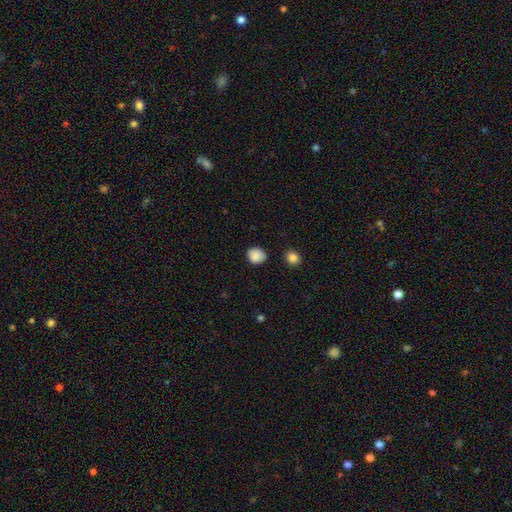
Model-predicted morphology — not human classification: smooth-or-featured: smooth: 88% | star or artifact: 9% | featured or disk: 4%
  how-rounded: round: 75% | in between: 24% | cigar-shaped: 1%
  merging: none: 82% | minor disturbance: 13% | major disturbance: 3% | merger: 2%